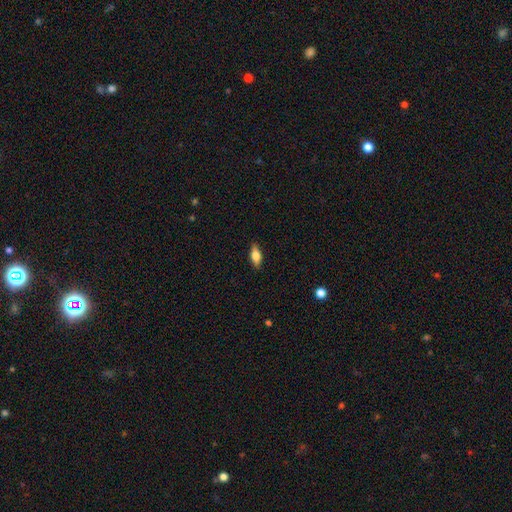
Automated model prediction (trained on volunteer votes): This appears to be a smooth galaxy with no disk features (62%) that is in between round and cigar-shaped (76%). Merging: none (87%).